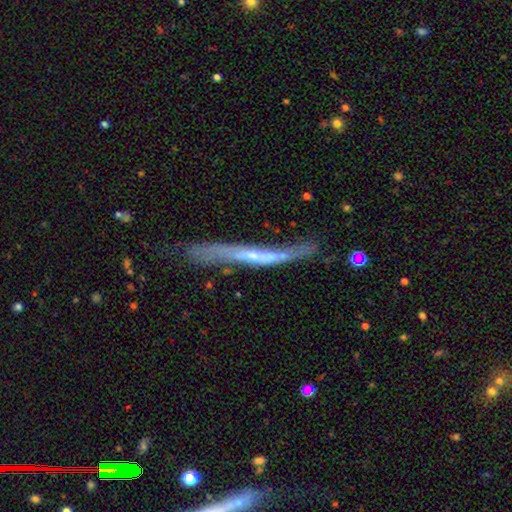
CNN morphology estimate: Smooth or featured?
  - featured or disk: 70% *
  - smooth: 24%
  - star or artifact: 6%
Edge-on disk?
  - yes: 80% *
  - no: 20%
Edge-on bulge?
  - none: 57% *
  - rounded: 34%
  - boxy: 10%
Merging?
  - none: 54% *
  - minor disturbance: 27%
  - major disturbance: 13%
  - merger: 6%